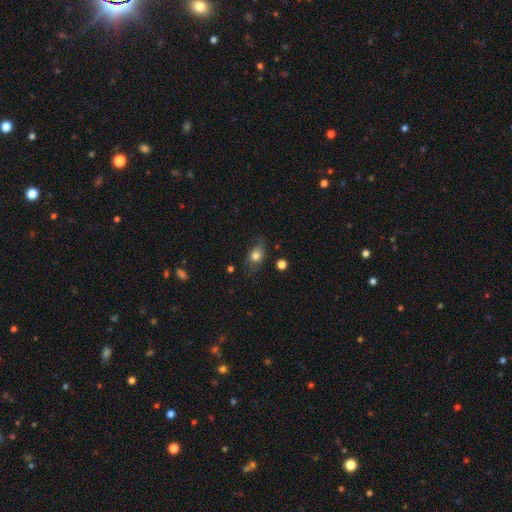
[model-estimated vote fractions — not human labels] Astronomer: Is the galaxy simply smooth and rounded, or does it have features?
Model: smooth — 75%.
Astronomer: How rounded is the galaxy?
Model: in between — 71%.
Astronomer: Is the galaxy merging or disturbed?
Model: none — 69%.